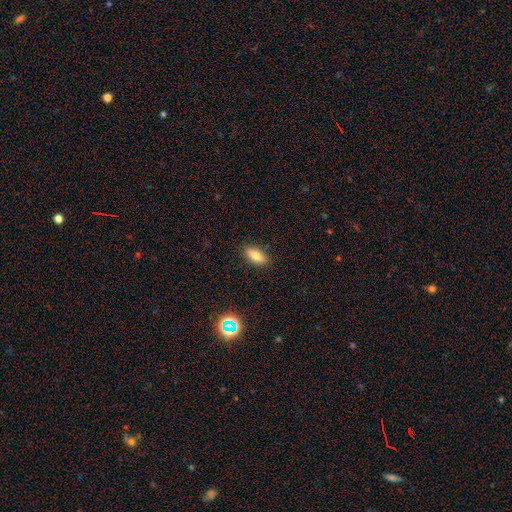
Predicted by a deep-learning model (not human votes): smooth-or-featured: smooth: 75% | featured or disk: 15% | star or artifact: 9%
  how-rounded: in between: 77% | cigar-shaped: 19% | round: 4%
  merging: none: 87% | minor disturbance: 10% | major disturbance: 2% | merger: 1%